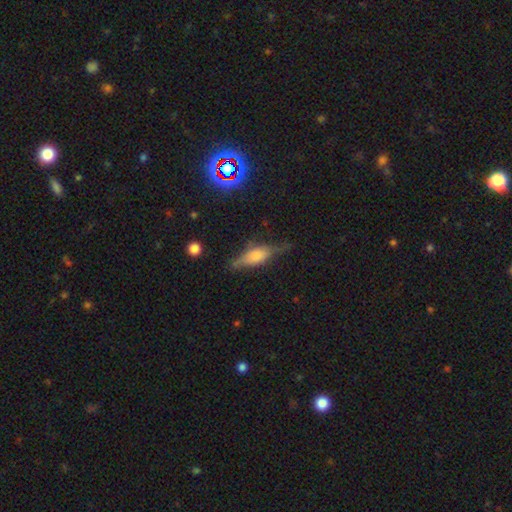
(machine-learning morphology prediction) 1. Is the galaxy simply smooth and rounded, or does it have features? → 46% smooth, 45% featured or disk, 10% star or artifact.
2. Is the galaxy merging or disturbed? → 57% none, 28% minor disturbance, 11% major disturbance, 3% merger.